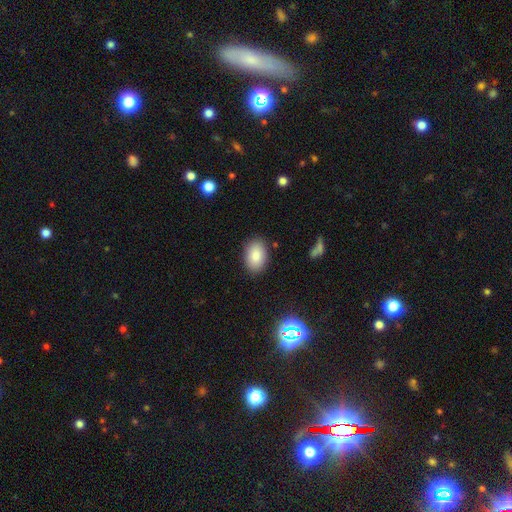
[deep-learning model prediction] Q: Smooth or featured?
A: smooth (86%); runner-up: star or artifact (8%)
Q: How rounded?
A: in between (86%); runner-up: round (12%)
Q: Merging?
A: none (87%); runner-up: minor disturbance (10%)